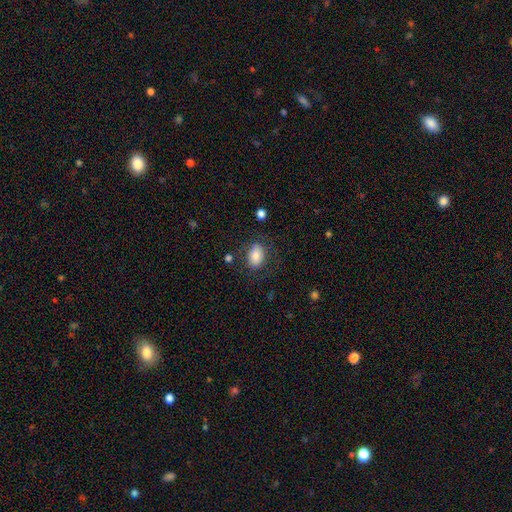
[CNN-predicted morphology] A smooth galaxy with no disk features (77%) that is in between round and cigar-shaped (75%).

Vote fractions:
- Smooth or featured? smooth: 77% / featured or disk: 14% / star or artifact: 9%
- How rounded? in between: 75% / round: 24% / cigar-shaped: 1%
- Merging? none: 75% / minor disturbance: 15% / major disturbance: 8% / merger: 2%